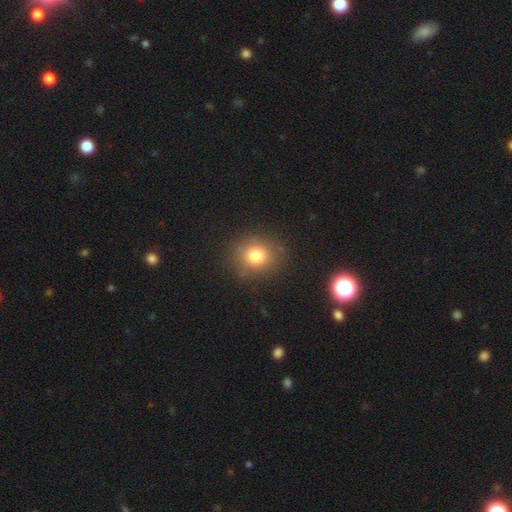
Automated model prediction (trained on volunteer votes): smooth-or-featured: smooth: 77% | star or artifact: 13% | featured or disk: 10%
  how-rounded: round: 79% | in between: 20% | cigar-shaped: 1%
  merging: none: 82% | minor disturbance: 11% | major disturbance: 4% | merger: 2%